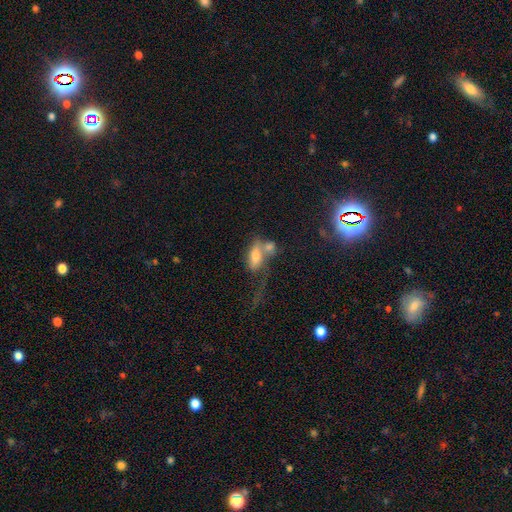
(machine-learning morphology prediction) This appears to be a smooth galaxy with no disk features (60%) that is in between round and cigar-shaped (79%). Merging: merger (49%).